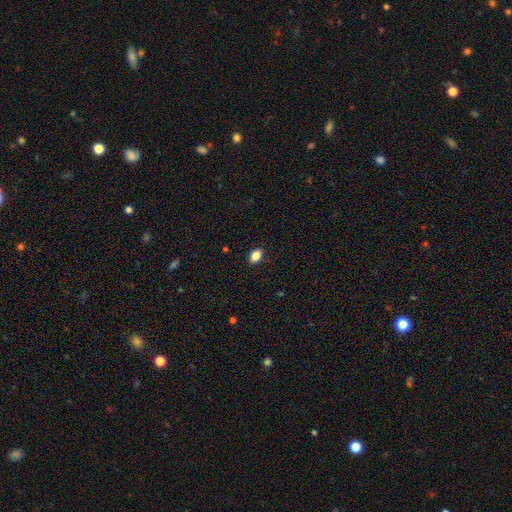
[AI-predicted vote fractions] This appears to be a smooth galaxy with no disk features (86%) that is in between round and cigar-shaped (82%). Merging: none (90%).